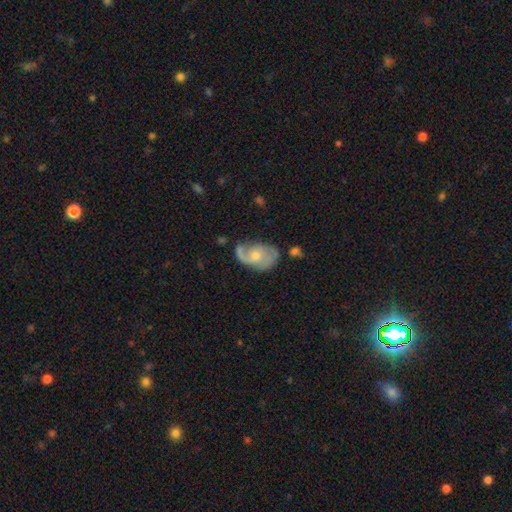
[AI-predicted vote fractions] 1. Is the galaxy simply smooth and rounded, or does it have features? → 67% featured or disk, 27% smooth, 7% star or artifact.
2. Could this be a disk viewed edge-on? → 96% no, 4% yes.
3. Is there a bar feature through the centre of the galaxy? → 70% no, 26% weak, 3% strong.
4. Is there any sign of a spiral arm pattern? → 84% yes, 16% no.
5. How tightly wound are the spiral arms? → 40% medium, 38% loose, 22% tight.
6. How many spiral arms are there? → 50% 2, 33% 1, 12% can't tell, 2% 3, 1% 4, 1% more than 4.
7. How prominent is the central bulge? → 53% moderate, 35% small, 5% large, 5% none, 1% dominant.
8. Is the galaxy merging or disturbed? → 44% none, 28% minor disturbance, 22% major disturbance, 6% merger.